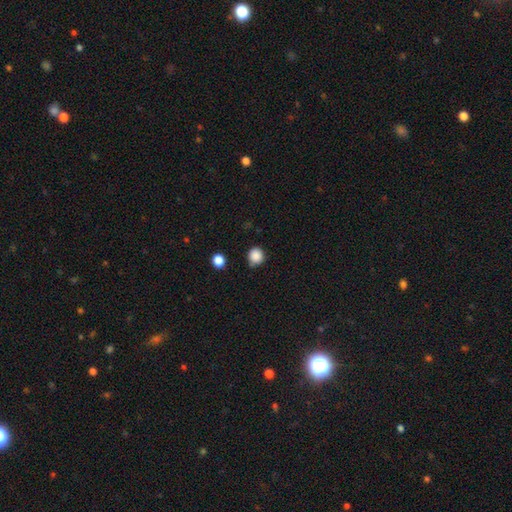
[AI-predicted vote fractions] Smooth or featured?
  - smooth: 87% *
  - star or artifact: 10%
  - featured or disk: 3%
How rounded?
  - round: 90% *
  - in between: 9%
  - cigar-shaped: 1%
Merging?
  - none: 78% *
  - minor disturbance: 16%
  - merger: 3%
  - major disturbance: 3%